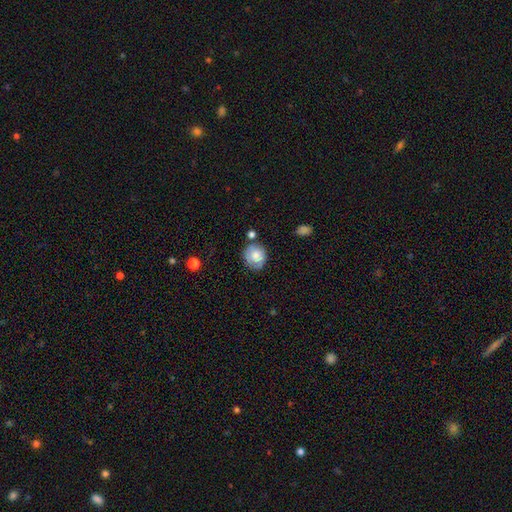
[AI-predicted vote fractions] This appears to be a smooth galaxy with no disk features (71%) that is round (81%). Merging: none (67%).